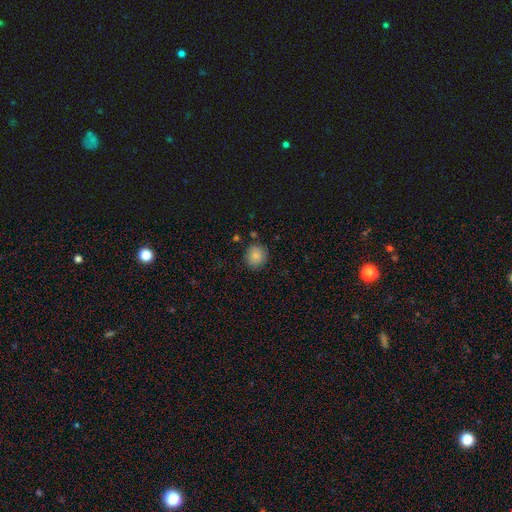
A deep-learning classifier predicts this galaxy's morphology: Smooth or featured: smooth — 85% (star or artifact — 9%)
How rounded: round — 84% (in between — 15%)
Merging: none — 84% (minor disturbance — 11%)